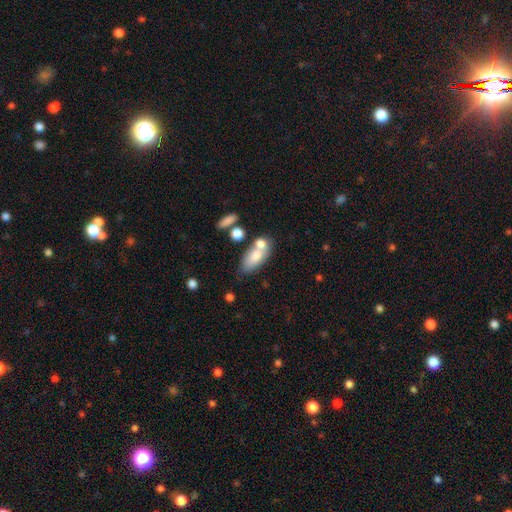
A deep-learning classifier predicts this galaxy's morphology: Smooth or featured?
  - smooth: 73% *
  - featured or disk: 19%
  - star or artifact: 8%
How rounded?
  - in between: 83% *
  - cigar-shaped: 10%
  - round: 6%
Merging?
  - none: 45% *
  - merger: 34%
  - minor disturbance: 15%
  - major disturbance: 6%